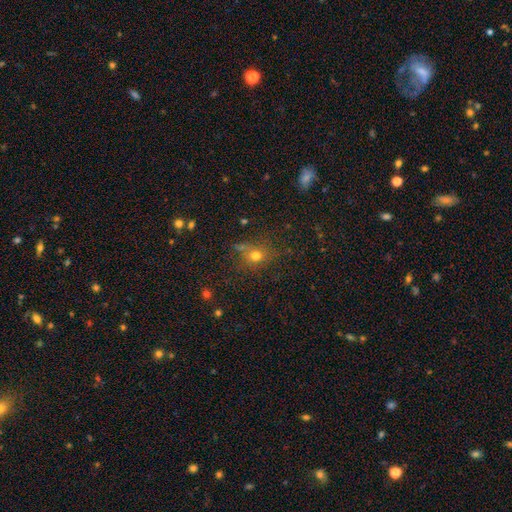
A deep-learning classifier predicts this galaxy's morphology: Overall: smooth (68%). How rounded: round (73%). Merging: none (72%).